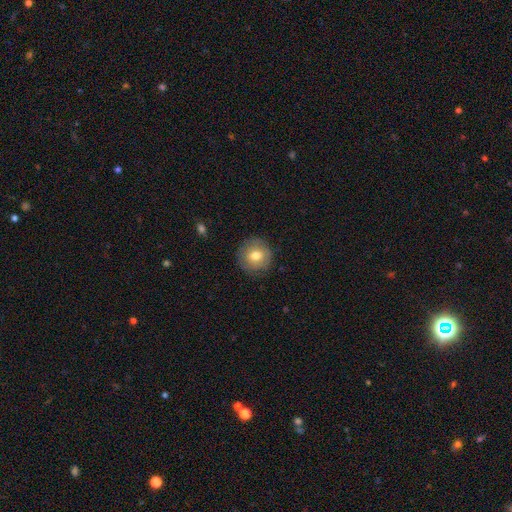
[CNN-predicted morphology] Smooth or featured? Predicted: smooth (p=0.72). How rounded? Predicted: round (p=0.94). Merging? Predicted: none (p=0.87).